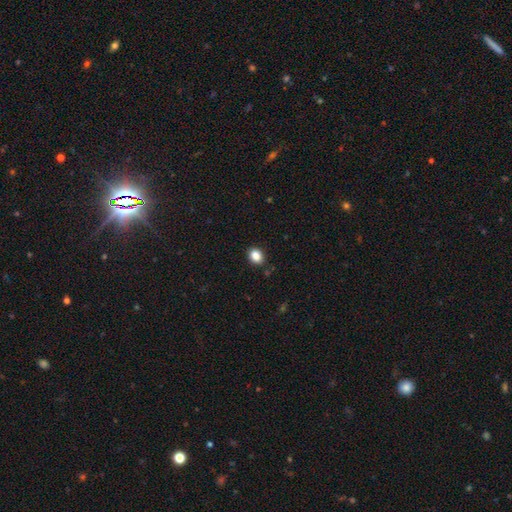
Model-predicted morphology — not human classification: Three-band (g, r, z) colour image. It shows a smooth galaxy with no disk features (87%) that is in between round and cigar-shaped (61%). Merging: none (87%).